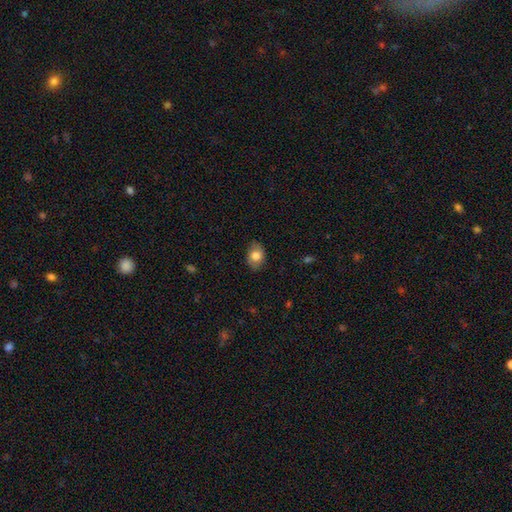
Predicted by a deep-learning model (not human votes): Smooth or featured?
  - smooth: 80% *
  - featured or disk: 12%
  - star or artifact: 8%
How rounded?
  - in between: 73% *
  - round: 26%
  - cigar-shaped: 1%
Merging?
  - none: 80% *
  - minor disturbance: 16%
  - major disturbance: 3%
  - merger: 1%